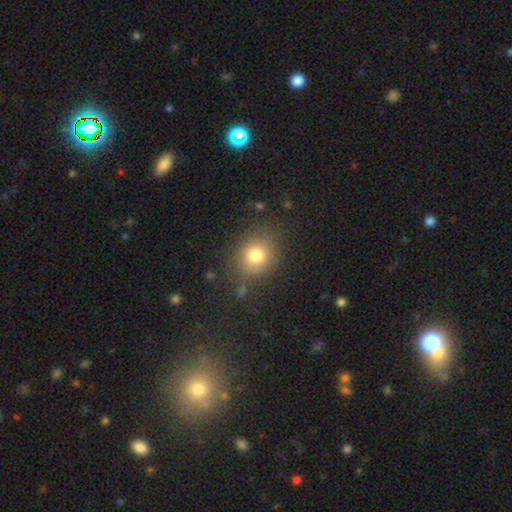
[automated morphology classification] type=smooth (79%); roundness=round (67%); merging=none (79%).